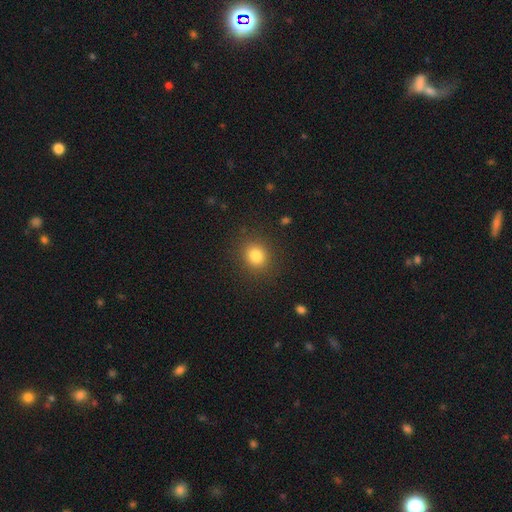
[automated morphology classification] smooth-or-featured: smooth: 82% | star or artifact: 12% | featured or disk: 6%
  how-rounded: round: 75% | in between: 24% | cigar-shaped: 1%
  merging: none: 88% | minor disturbance: 8% | major disturbance: 3% | merger: 1%